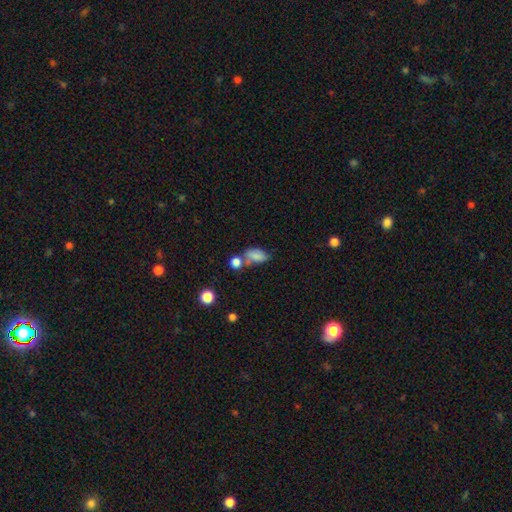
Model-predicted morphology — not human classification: smooth_or_featured: smooth (p=0.80) [alt: featured or disk p=0.10]
how_rounded: in between (p=0.88) [alt: round p=0.08]
merging: none (p=0.41) [alt: merger p=0.33]